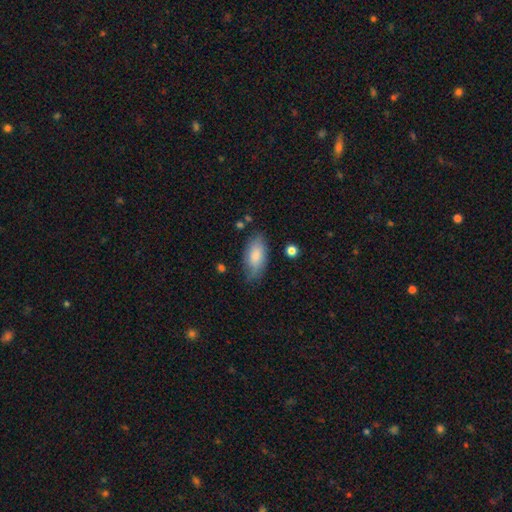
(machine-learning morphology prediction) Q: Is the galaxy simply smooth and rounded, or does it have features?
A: smooth — 80%.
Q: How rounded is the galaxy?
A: in between — 89%.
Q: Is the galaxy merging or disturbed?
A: none — 70%.